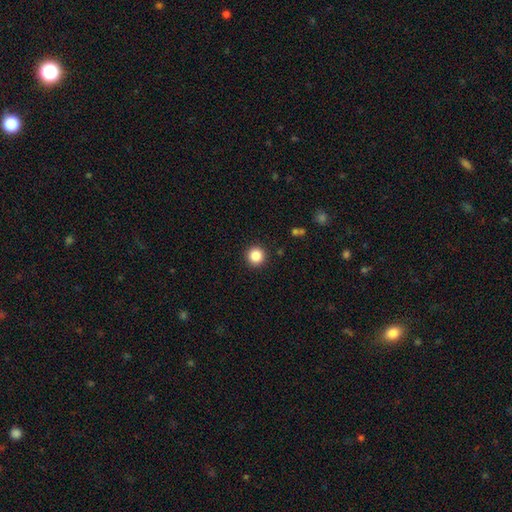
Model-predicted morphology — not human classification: The model was most divided on "smooth or featured": smooth: 86%, star or artifact: 10%, featured or disk: 4%. More confident: how rounded — round (96%); merging — none (93%).